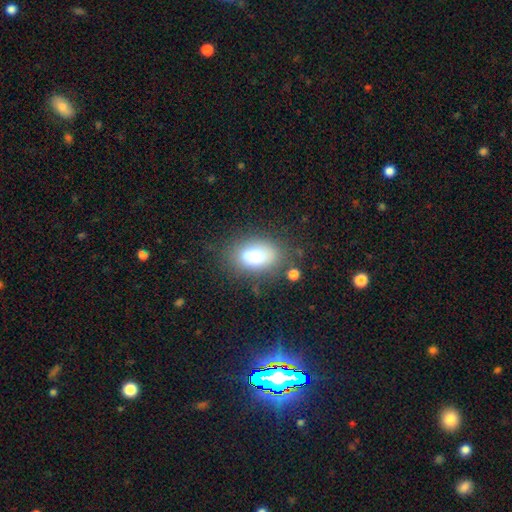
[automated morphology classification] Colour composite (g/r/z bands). It shows a smooth galaxy with no disk features (76%) that is in between round and cigar-shaped (87%). Merging: none (75%).